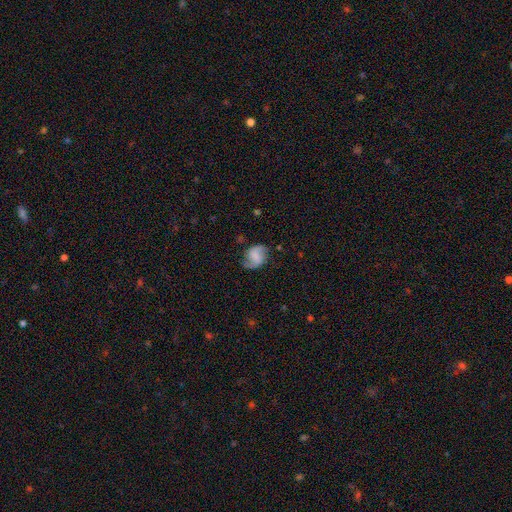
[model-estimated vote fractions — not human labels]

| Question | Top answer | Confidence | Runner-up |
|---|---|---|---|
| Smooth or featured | featured or disk | 69% | smooth (23%) |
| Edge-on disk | no | 98% | yes (2%) |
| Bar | weak | 43% | no (36%) |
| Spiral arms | yes | 93% | no (7%) |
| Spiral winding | loose | 46% | medium (40%) |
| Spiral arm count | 2 | 90% | can't tell (4%) |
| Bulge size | none | 56% | small (18%) |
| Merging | none | 72% | minor disturbance (18%) |